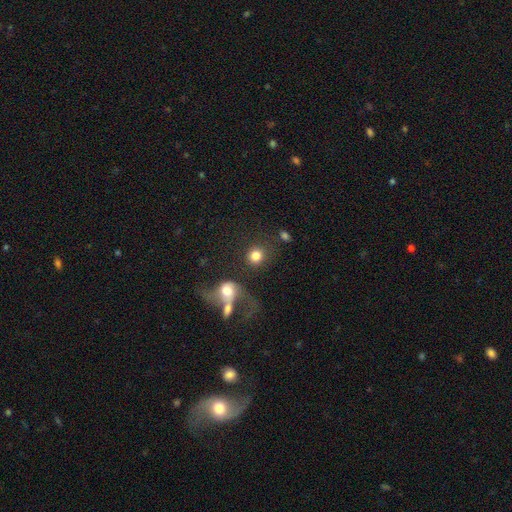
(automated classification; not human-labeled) This is clearly a smooth galaxy (81%). How rounded: clearly round (86%). Merging: possibly none (57%).